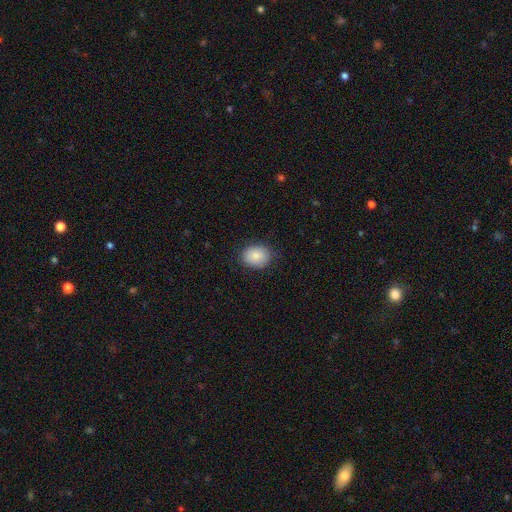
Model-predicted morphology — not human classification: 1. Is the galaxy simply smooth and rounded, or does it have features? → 86% smooth, 8% star or artifact, 6% featured or disk.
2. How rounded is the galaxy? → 51% round, 48% in between, 1% cigar-shaped.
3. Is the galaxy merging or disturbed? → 83% none, 13% minor disturbance, 3% major disturbance, 1% merger.